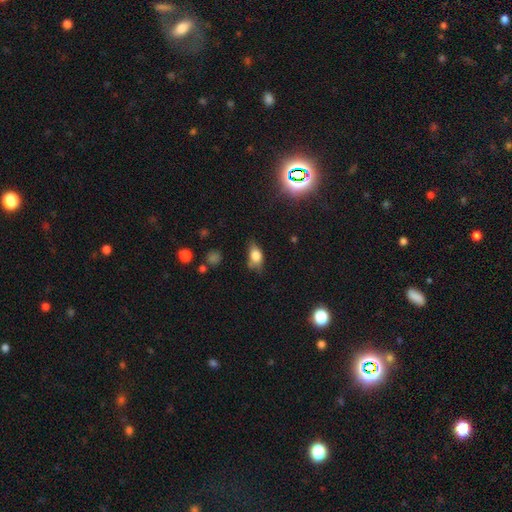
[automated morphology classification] Smooth or featured: smooth — 74% (featured or disk — 15%)
How rounded: in between — 83% (round — 12%)
Merging: none — 54% (minor disturbance — 32%)